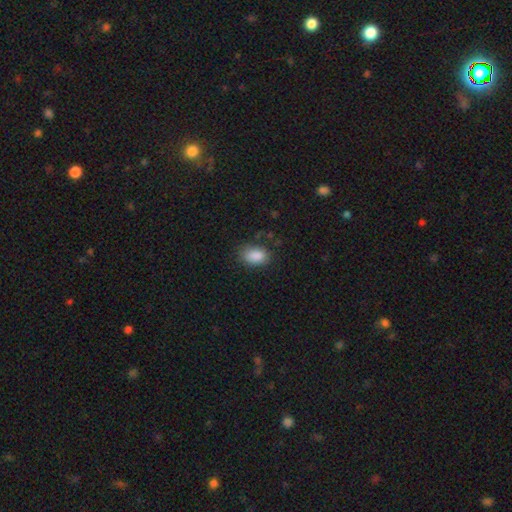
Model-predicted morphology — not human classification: Smooth or featured: smooth — 88% (star or artifact — 8%)
How rounded: in between — 86% (round — 12%)
Merging: none — 78% (minor disturbance — 16%)